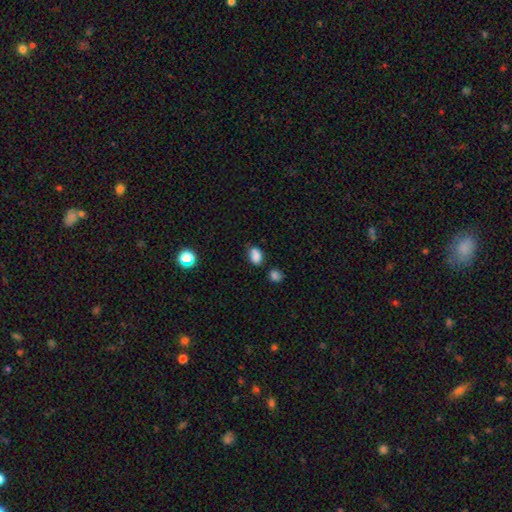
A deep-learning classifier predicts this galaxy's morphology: smooth 81%, star or artifact 12%, featured or disk 7%. Down the decision tree: how rounded — in between (78%); merging — none (59%).